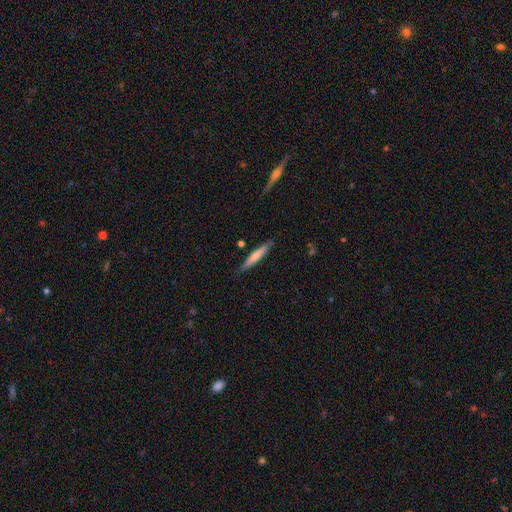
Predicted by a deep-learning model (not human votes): Smooth or featured? Predicted: smooth (p=0.65). How rounded? Predicted: cigar-shaped (p=0.94). Merging? Predicted: none (p=0.86).